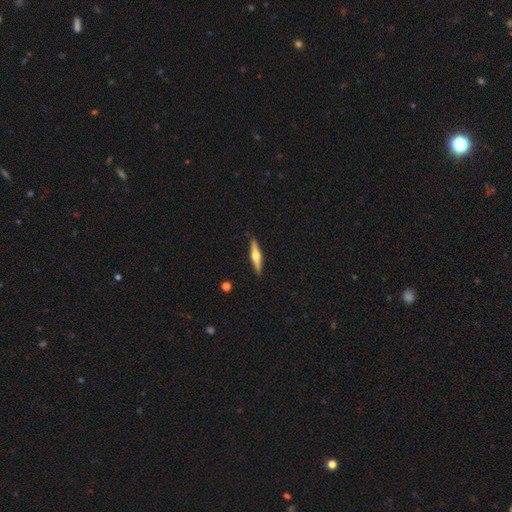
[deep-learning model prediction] A featured or disk galaxy (67%) viewed edge-on (97%) with a rounded central bulge (94%).

Vote fractions:
- Smooth or featured? featured or disk: 67% / smooth: 27% / star or artifact: 5%
- Edge-on disk? yes: 97% / no: 3%
- Edge-on bulge? rounded: 94% / boxy: 4% / none: 2%
- Merging? none: 90% / minor disturbance: 7% / major disturbance: 1% / merger: 1%